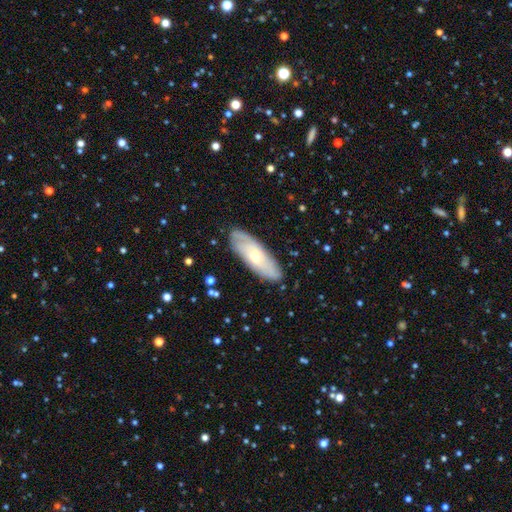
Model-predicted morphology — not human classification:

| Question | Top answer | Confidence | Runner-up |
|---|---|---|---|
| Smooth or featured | featured or disk | 53% | smooth (40%) |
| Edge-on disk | no | 74% | yes (26%) |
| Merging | none | 84% | minor disturbance (12%) |